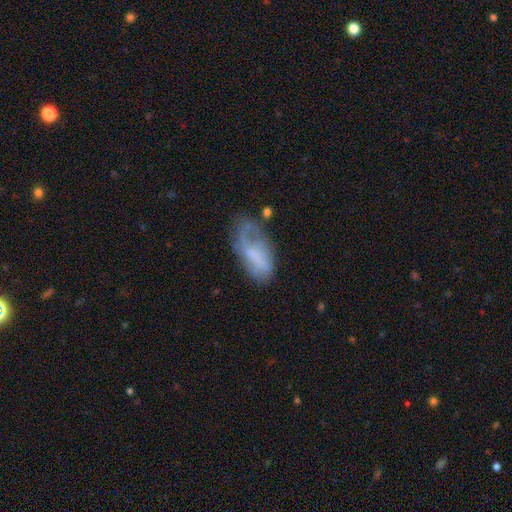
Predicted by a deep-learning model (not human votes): The model was most divided on "smooth or featured": featured or disk: 47%, smooth: 44%, star or artifact: 9%. Remaining: merging — none (36%).